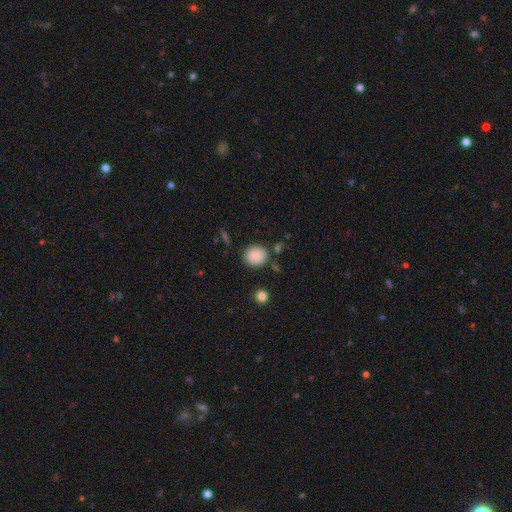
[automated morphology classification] A smooth galaxy with no disk features (87%) that is round (80%).

Vote fractions:
- Smooth or featured? smooth: 87% / star or artifact: 9% / featured or disk: 4%
- How rounded? round: 80% / in between: 19% / cigar-shaped: 1%
- Merging? none: 80% / minor disturbance: 12% / merger: 5% / major disturbance: 3%